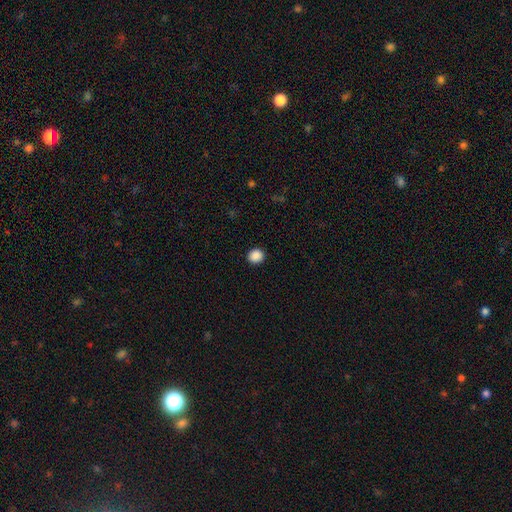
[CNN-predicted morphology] A smooth galaxy with no disk features (88%) that is round (85%). Merging: none (92%).